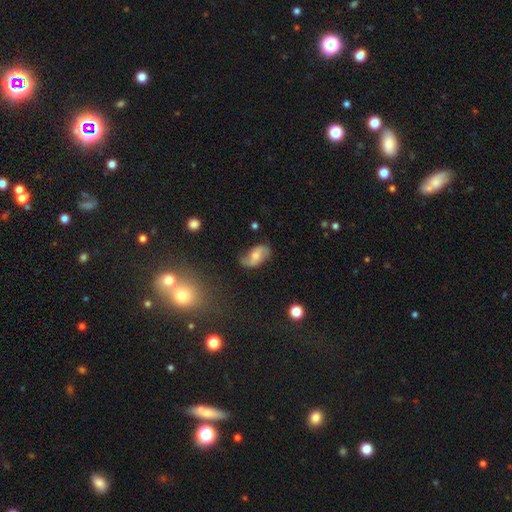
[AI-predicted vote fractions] Smooth or featured? Predicted: featured or disk (p=0.59). Edge-on disk? Predicted: no (p=0.95). Bar? Predicted: no (p=0.51). Spiral arms? Predicted: yes (p=0.86). Bulge size? Predicted: moderate (p=0.56). Merging? Predicted: none (p=0.64).